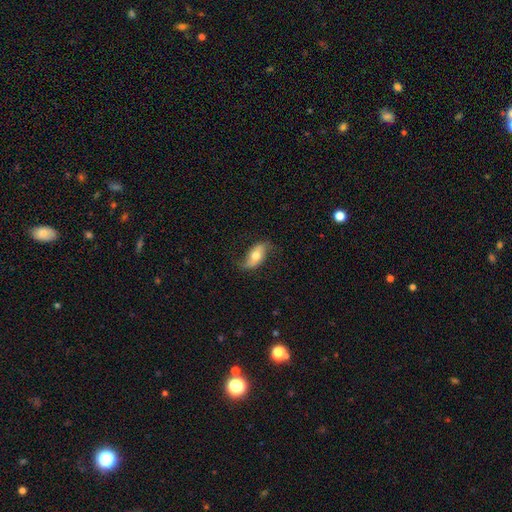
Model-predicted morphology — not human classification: Smooth or featured: featured or disk — 56% (smooth — 38%)
Edge-on disk: no — 83% (yes — 17%)
Merging: none — 73% (minor disturbance — 19%)